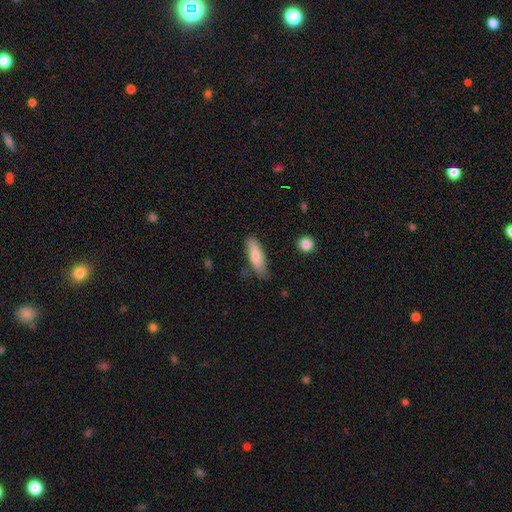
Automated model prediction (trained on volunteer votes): A smooth galaxy with no disk features (74%) that is in between round and cigar-shaped (50%). Merging: none (75%).